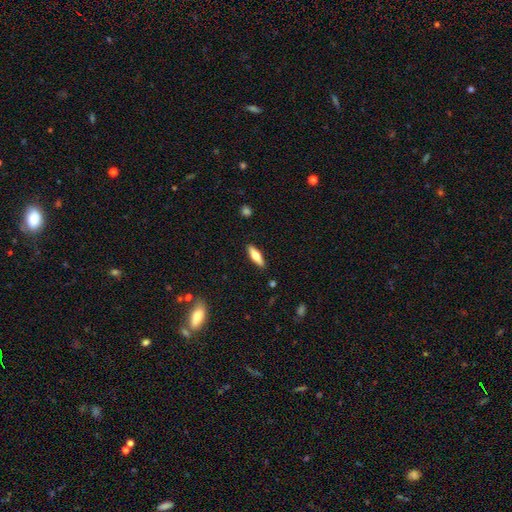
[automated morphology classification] smooth_or_featured: smooth (p=0.55) [alt: featured or disk p=0.39]
how_rounded: cigar-shaped (p=0.53) [alt: in between p=0.45]
merging: none (p=0.89) [alt: minor disturbance p=0.08]